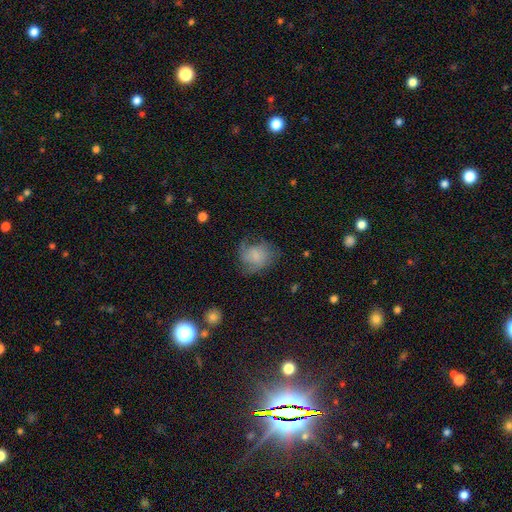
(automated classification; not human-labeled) smooth 48%, featured or disk 42%, star or artifact 10%. Down the decision tree: merging — none (48%).